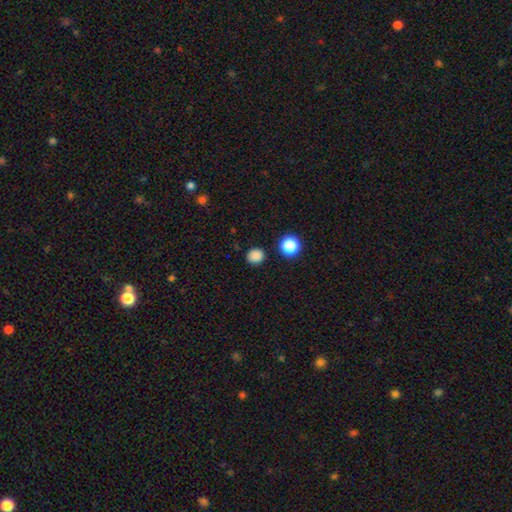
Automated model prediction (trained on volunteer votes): Morphology: type=smooth (84%); roundness=round (84%); merging=none (88%).